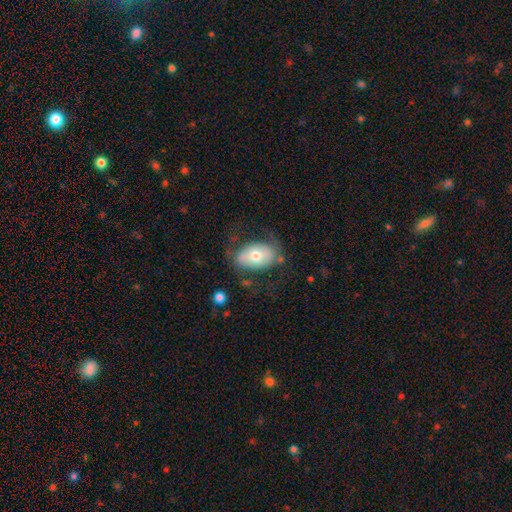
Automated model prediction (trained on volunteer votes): Smooth or featured? Predicted: smooth (p=0.60). How rounded? Predicted: in between (p=0.87). Merging? Predicted: none (p=0.62).